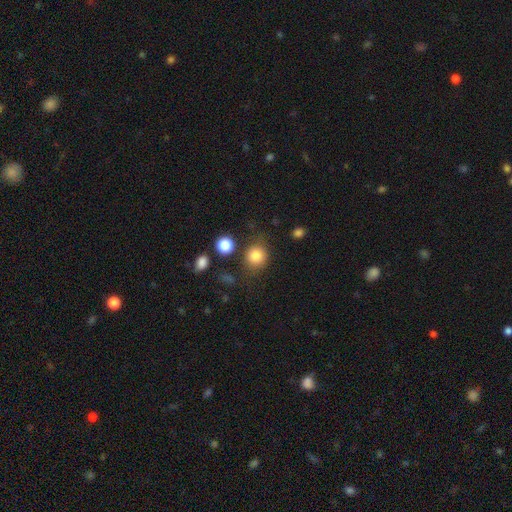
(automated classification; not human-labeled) The model was most divided on "merging": none: 74%, minor disturbance: 15%, major disturbance: 6%, merger: 5%. More confident: smooth or featured — smooth (83%); how rounded — round (80%).